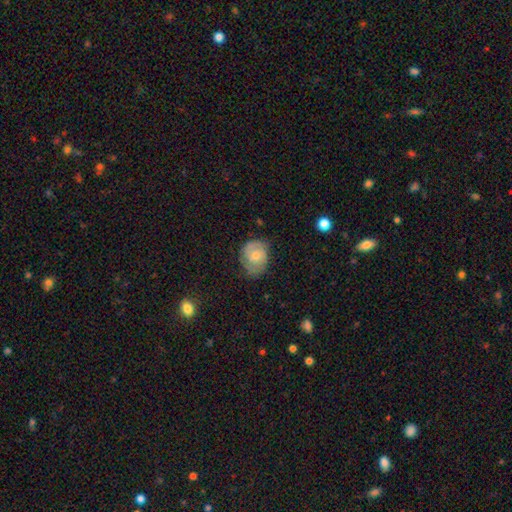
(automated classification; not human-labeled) smooth-or-featured: featured or disk: 59% | smooth: 34% | star or artifact: 7%
  disk-edge-on: no: 98% | yes: 2%
    bar: no: 71% | weak: 26% | strong: 4%
    has-spiral-arms: yes: 86% | no: 14%
    bulge-size: small: 47% | moderate: 41% | none: 7% | large: 4% | dominant: 1%
  merging: none: 59% | minor disturbance: 28% | major disturbance: 11% | merger: 2%